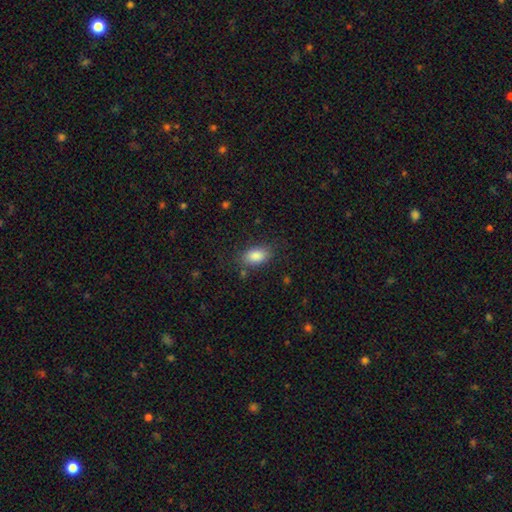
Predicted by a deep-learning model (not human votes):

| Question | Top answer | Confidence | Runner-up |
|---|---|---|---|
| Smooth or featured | smooth | 86% | star or artifact (8%) |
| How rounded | in between | 90% | round (8%) |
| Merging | none | 78% | minor disturbance (15%) |